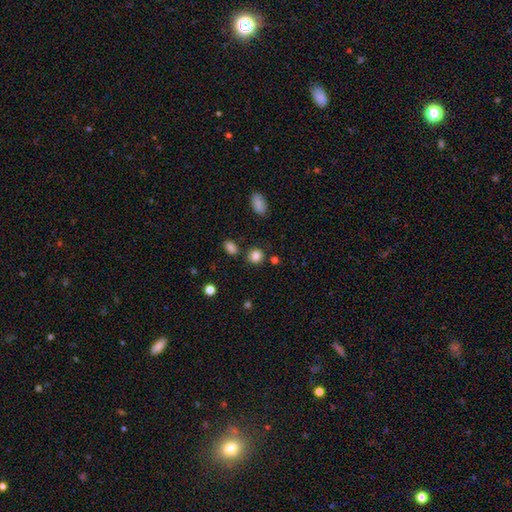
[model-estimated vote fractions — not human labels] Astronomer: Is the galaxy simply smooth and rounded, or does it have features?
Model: smooth — 84%.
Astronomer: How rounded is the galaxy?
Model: round — 81%.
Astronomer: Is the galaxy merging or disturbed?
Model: none — 80%.